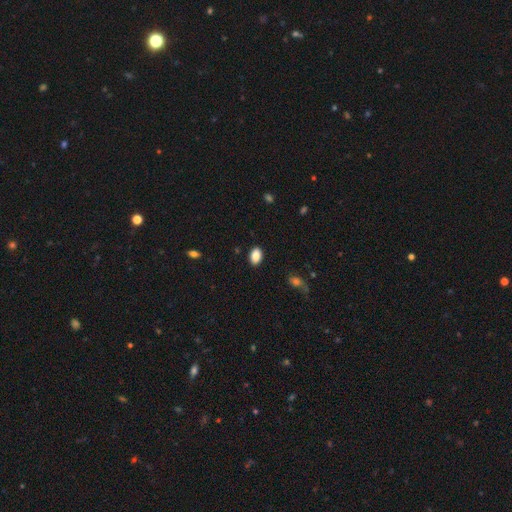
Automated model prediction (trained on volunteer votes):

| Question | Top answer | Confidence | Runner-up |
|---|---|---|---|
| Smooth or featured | smooth | 87% | star or artifact (8%) |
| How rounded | in between | 86% | round (13%) |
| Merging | none | 89% | minor disturbance (8%) |